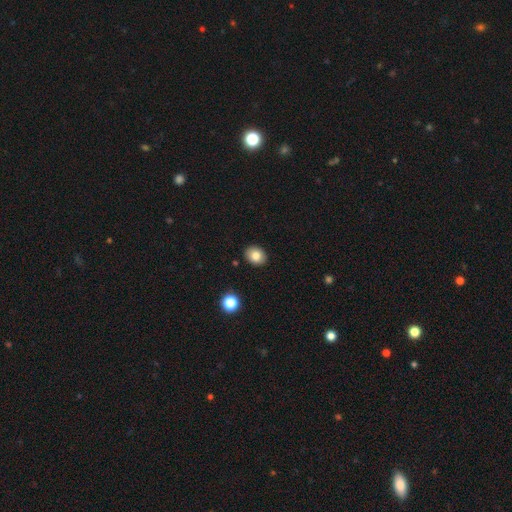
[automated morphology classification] type=smooth (82%); roundness=in between (50%); merging=none (89%).